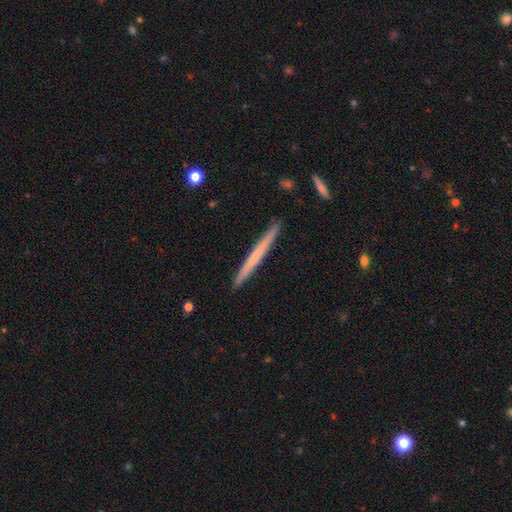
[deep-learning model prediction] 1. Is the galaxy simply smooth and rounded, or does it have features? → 52% smooth, 43% featured or disk, 5% star or artifact.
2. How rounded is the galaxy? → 97% cigar-shaped, 2% in between, 1% round.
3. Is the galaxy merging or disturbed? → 92% none, 5% minor disturbance, 1% major disturbance, 1% merger.